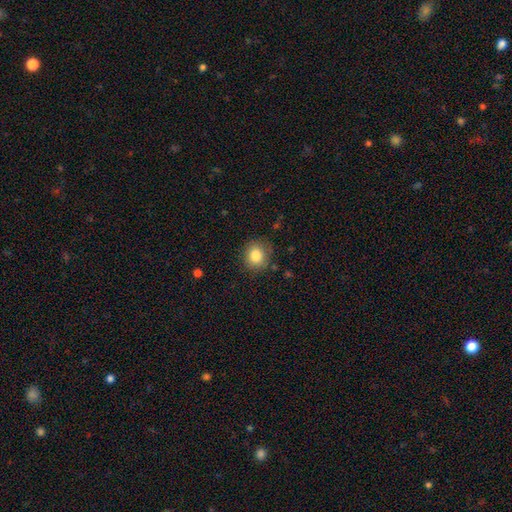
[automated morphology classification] type=smooth (83%); roundness=round (79%); merging=none (82%).